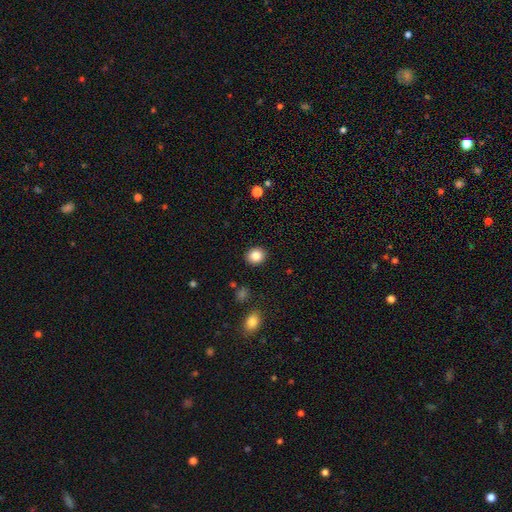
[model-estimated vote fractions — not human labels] smooth_or_featured: smooth (p=0.86) [alt: star or artifact p=0.09]
how_rounded: round (p=0.76) [alt: in between p=0.23]
merging: none (p=0.91) [alt: minor disturbance p=0.06]